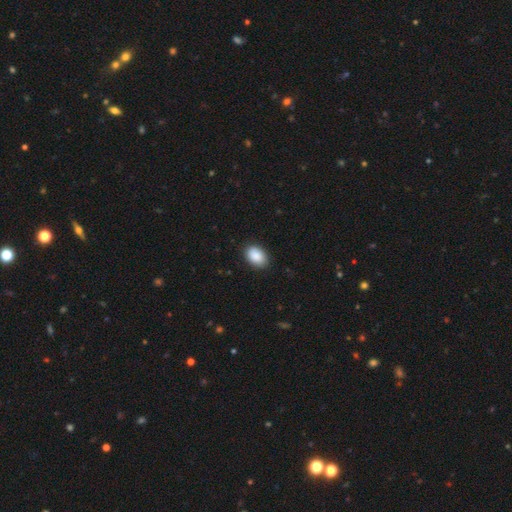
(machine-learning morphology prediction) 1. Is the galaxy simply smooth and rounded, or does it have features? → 90% smooth, 7% star or artifact, 3% featured or disk.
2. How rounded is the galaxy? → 86% in between, 13% round, 1% cigar-shaped.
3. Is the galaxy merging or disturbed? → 88% none, 9% minor disturbance, 2% major disturbance, 1% merger.